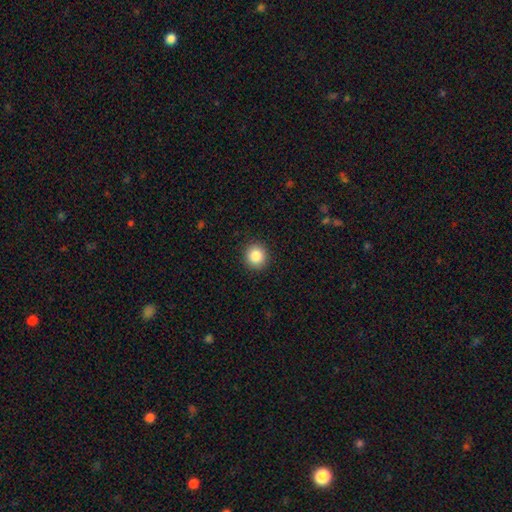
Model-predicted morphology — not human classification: smooth_or_featured: smooth (p=0.86) [alt: star or artifact p=0.09]
how_rounded: round (p=0.90) [alt: in between p=0.09]
merging: none (p=0.92) [alt: minor disturbance p=0.06]